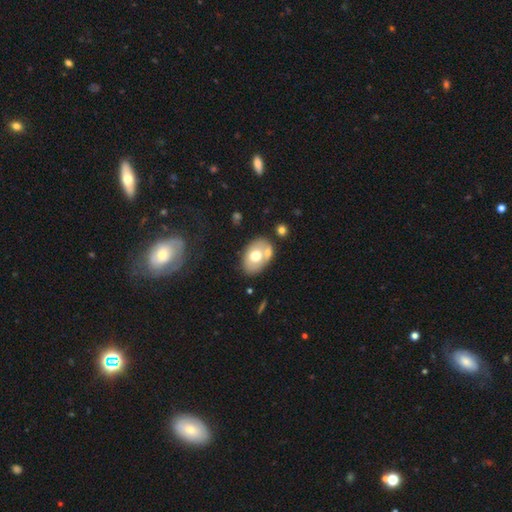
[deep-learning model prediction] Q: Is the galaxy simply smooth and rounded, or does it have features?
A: smooth — 63%.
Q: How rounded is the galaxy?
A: in between — 80%.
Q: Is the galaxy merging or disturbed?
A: none — 56%.